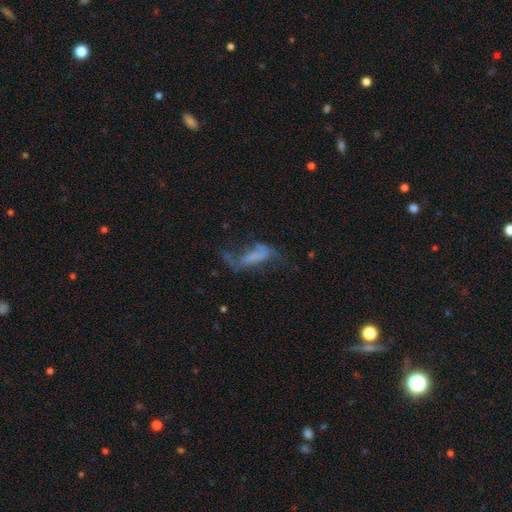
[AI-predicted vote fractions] A featured or disk galaxy (50%).

Vote fractions:
- Smooth or featured? featured or disk: 50% / smooth: 35% / star or artifact: 15%
- Edge-on disk? no: 84% / yes: 16%
- Merging? major disturbance: 44% / none: 29% / minor disturbance: 20% / merger: 7%